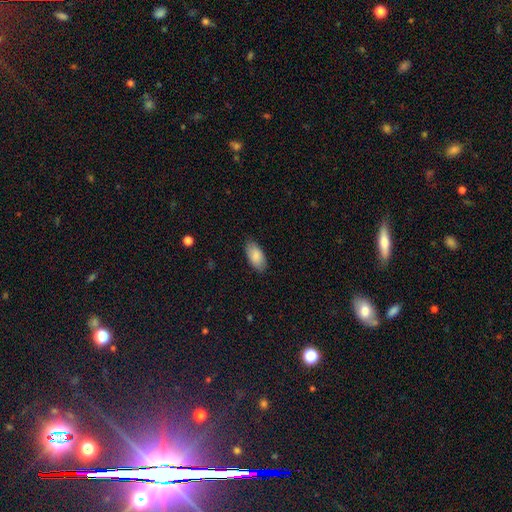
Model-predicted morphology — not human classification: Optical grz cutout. It shows a smooth galaxy with no disk features (88%) that is in between round and cigar-shaped (93%). Merging: none (85%).